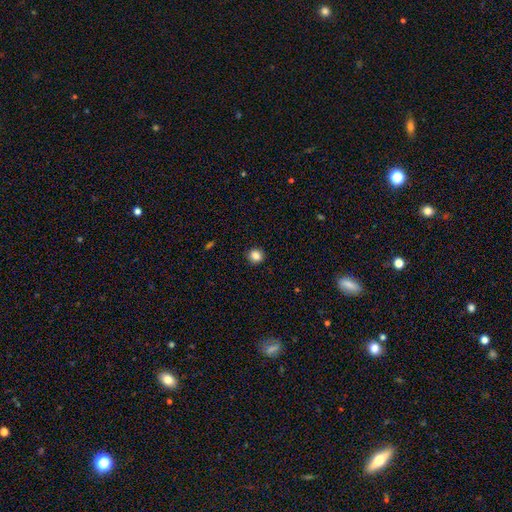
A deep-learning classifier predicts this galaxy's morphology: Smooth or featured?
  - smooth: 85% *
  - star or artifact: 10%
  - featured or disk: 4%
How rounded?
  - round: 86% *
  - in between: 13%
  - cigar-shaped: 1%
Merging?
  - none: 91% *
  - minor disturbance: 6%
  - major disturbance: 2%
  - merger: 1%